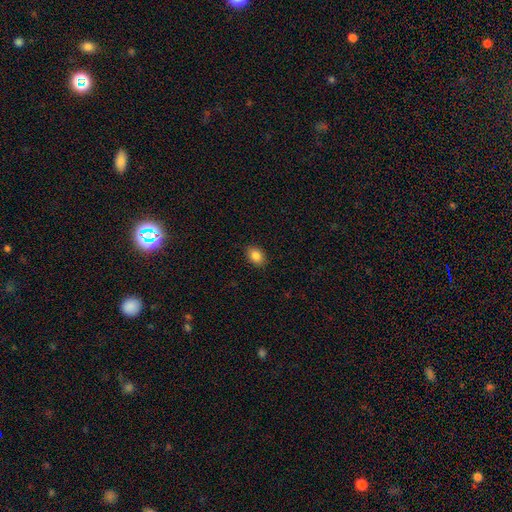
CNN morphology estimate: Smooth or featured? smooth (86%)
How rounded? in between (76%)
Merging? none (89%)